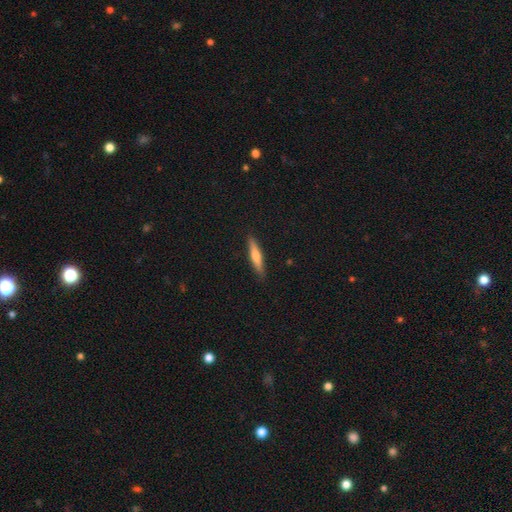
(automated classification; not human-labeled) Q: Smooth or featured?
A: smooth (60%); runner-up: featured or disk (34%)
Q: How rounded?
A: cigar-shaped (88%); runner-up: in between (11%)
Q: Merging?
A: none (89%); runner-up: minor disturbance (8%)